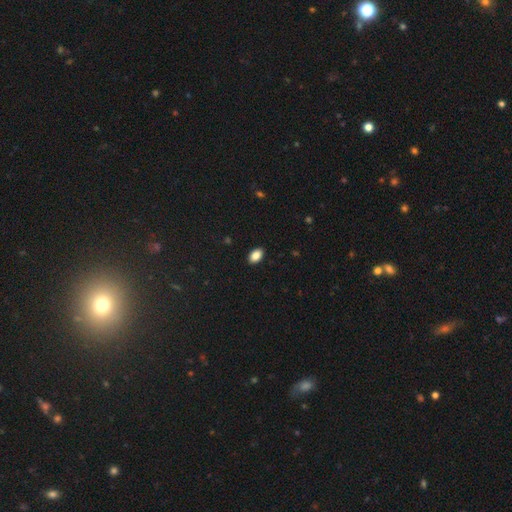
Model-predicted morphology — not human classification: A smooth galaxy with no disk features (87%) that is in between round and cigar-shaped (90%).

Vote fractions:
- Smooth or featured? smooth: 87% / star or artifact: 8% / featured or disk: 4%
- How rounded? in between: 90% / round: 9% / cigar-shaped: 1%
- Merging? none: 90% / minor disturbance: 8% / major disturbance: 2% / merger: 1%